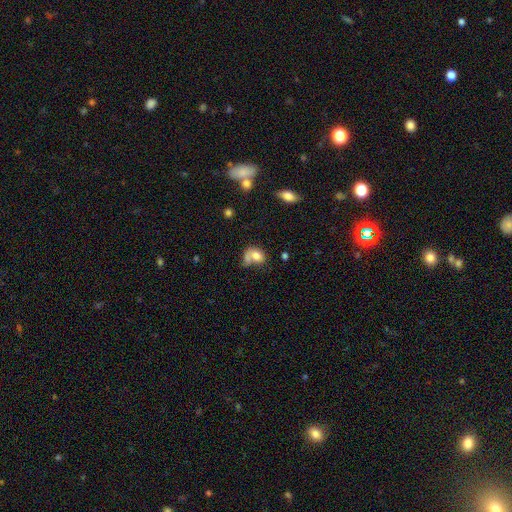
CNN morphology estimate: This is likely a smooth galaxy (73%). How rounded: likely in between (64%). Merging: marginally merger (33%).